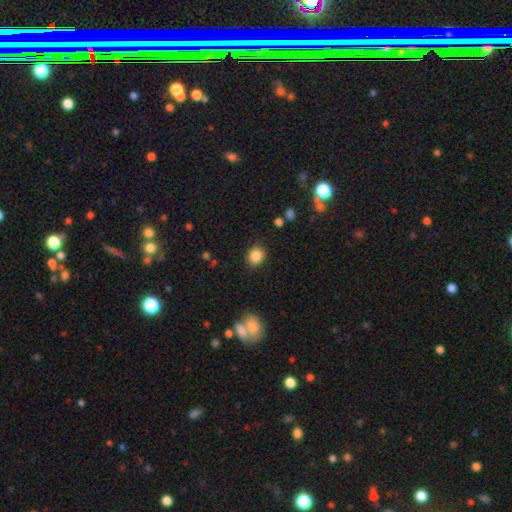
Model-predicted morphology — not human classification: A smooth galaxy with no disk features (86%) that is round (73%).

Vote fractions:
- Smooth or featured? smooth: 86% / star or artifact: 10% / featured or disk: 4%
- How rounded? round: 73% / in between: 26% / cigar-shaped: 1%
- Merging? none: 85% / minor disturbance: 10% / major disturbance: 3% / merger: 2%